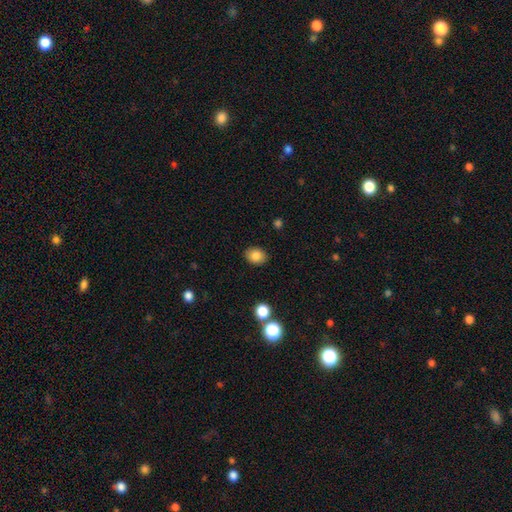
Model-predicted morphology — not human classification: The model was most divided on "how rounded": in between: 58%, round: 41%, cigar-shaped: 1%. More confident: merging — none (88%); smooth or featured — smooth (84%).